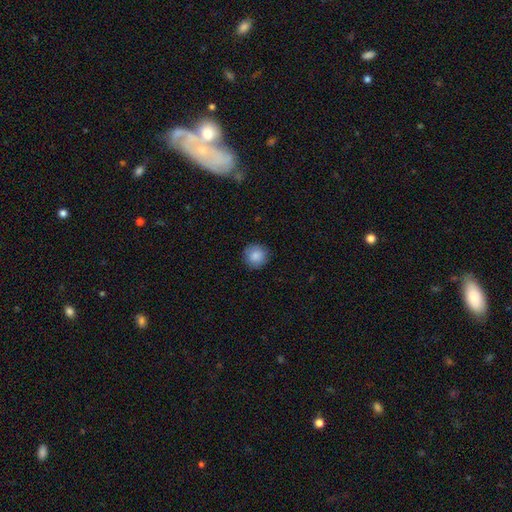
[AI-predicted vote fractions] smooth-or-featured: smooth: 87% | star or artifact: 8% | featured or disk: 5%
  how-rounded: round: 94% | in between: 5% | cigar-shaped: 1%
  merging: none: 90% | minor disturbance: 7% | major disturbance: 2% | merger: 1%